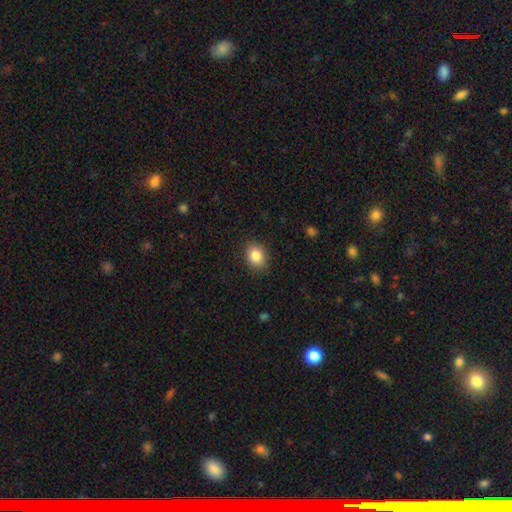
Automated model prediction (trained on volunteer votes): Smooth or featured? smooth (86%)
How rounded? in between (60%)
Merging? none (88%)